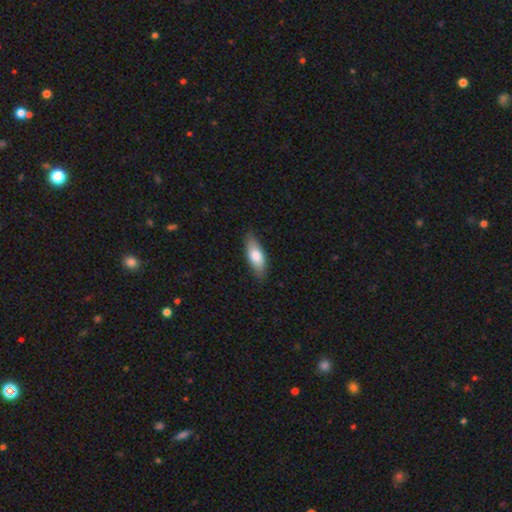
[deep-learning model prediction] Smooth or featured? Predicted: smooth (p=0.76). How rounded? Predicted: in between (p=0.73). Merging? Predicted: none (p=0.82).